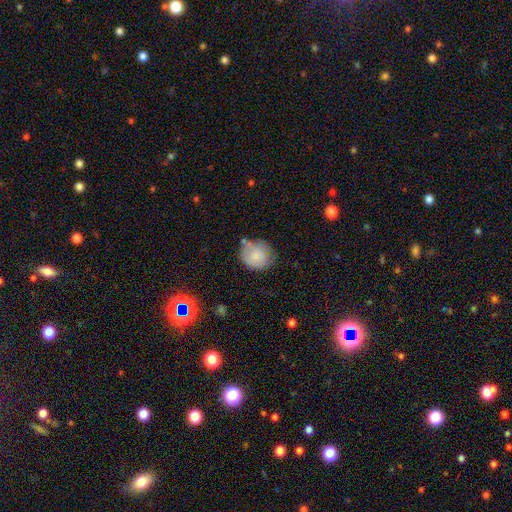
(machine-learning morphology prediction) Smooth or featured?
  - smooth: 80% *
  - featured or disk: 12%
  - star or artifact: 8%
How rounded?
  - round: 77% *
  - in between: 22%
  - cigar-shaped: 1%
Merging?
  - none: 61% *
  - minor disturbance: 26%
  - major disturbance: 7%
  - merger: 6%